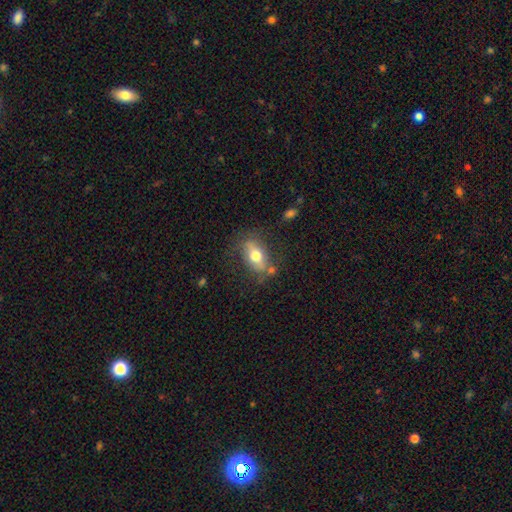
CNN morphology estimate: A smooth galaxy with no disk features (58%) that is in between round and cigar-shaped (81%). Merging: none (68%).